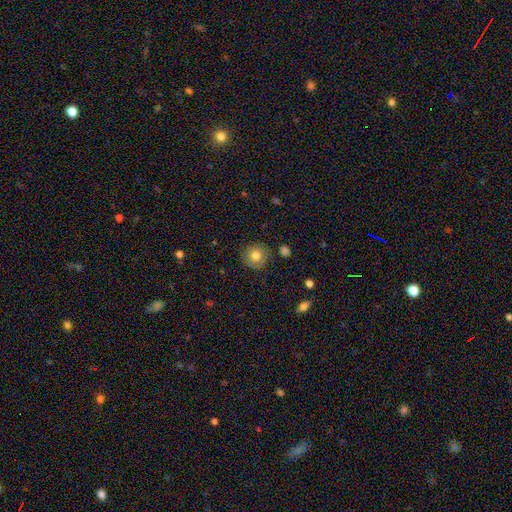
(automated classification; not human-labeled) Smooth or featured? Predicted: smooth (p=0.78). How rounded? Predicted: round (p=0.92). Merging? Predicted: none (p=0.87).